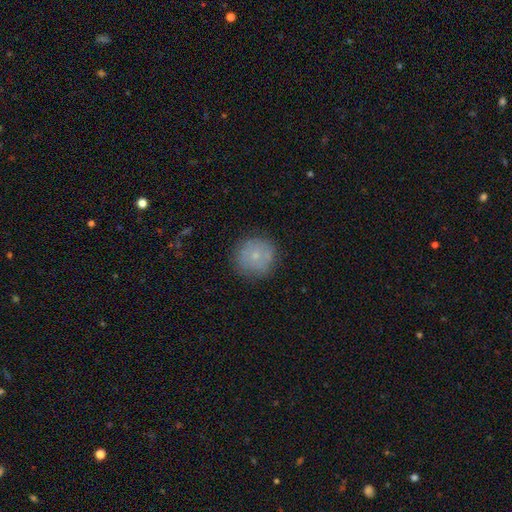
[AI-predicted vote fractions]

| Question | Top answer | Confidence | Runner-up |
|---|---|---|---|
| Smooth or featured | smooth | 67% | featured or disk (23%) |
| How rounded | round | 93% | in between (6%) |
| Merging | none | 82% | minor disturbance (13%) |